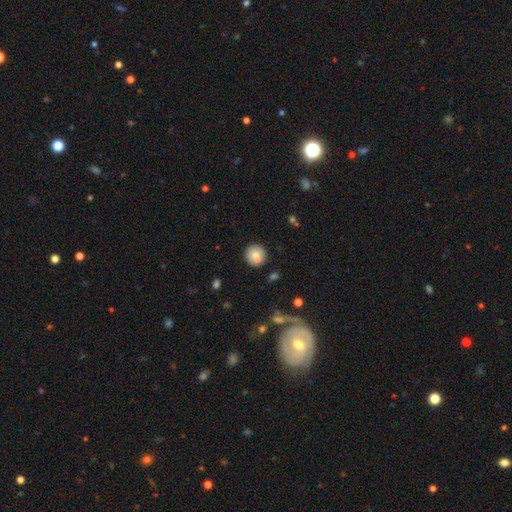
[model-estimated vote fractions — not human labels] Overall: smooth (78%). How rounded: round (90%). Merging: none (80%).